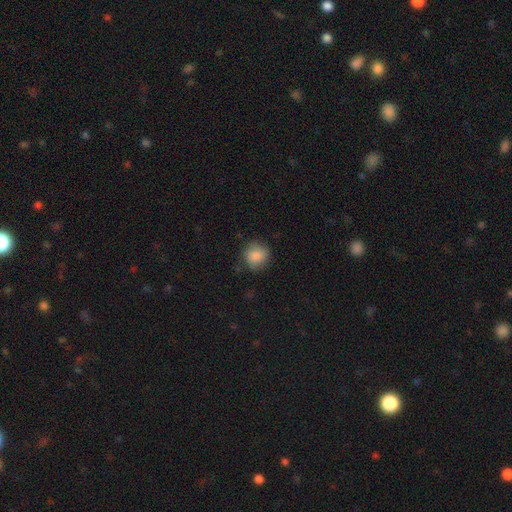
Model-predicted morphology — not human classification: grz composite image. It shows a smooth galaxy with no disk features (86%) that is round (83%). Merging: none (76%).